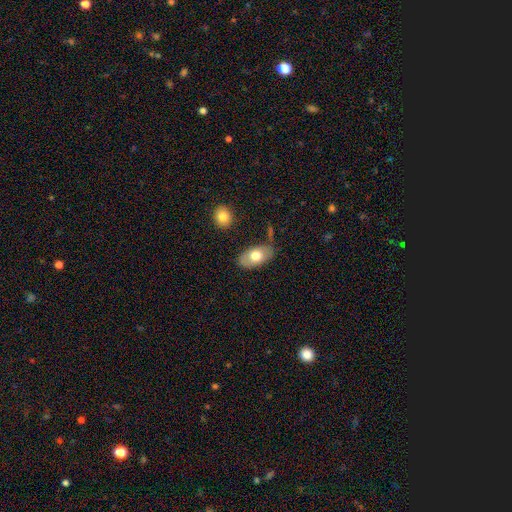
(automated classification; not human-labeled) Overall: smooth (69%). How rounded: in between (92%). Merging: none (74%).